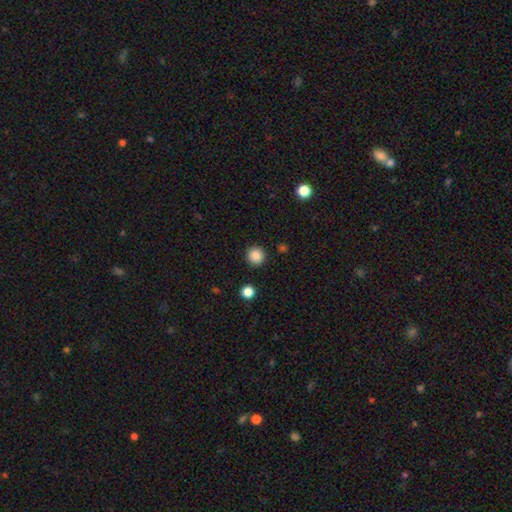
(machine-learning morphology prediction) A smooth galaxy with no disk features (87%) that is round (94%).

Vote fractions:
- Smooth or featured? smooth: 87% / star or artifact: 10% / featured or disk: 3%
- How rounded? round: 94% / in between: 5% / cigar-shaped: 1%
- Merging? none: 91% / minor disturbance: 5% / major disturbance: 2% / merger: 2%